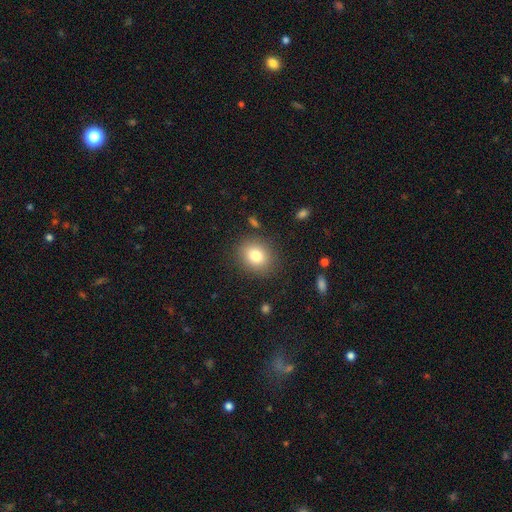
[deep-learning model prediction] smooth_or_featured: smooth (p=0.80) [alt: star or artifact p=0.10]
how_rounded: round (p=0.60) [alt: in between p=0.39]
merging: none (p=0.85) [alt: minor disturbance p=0.10]